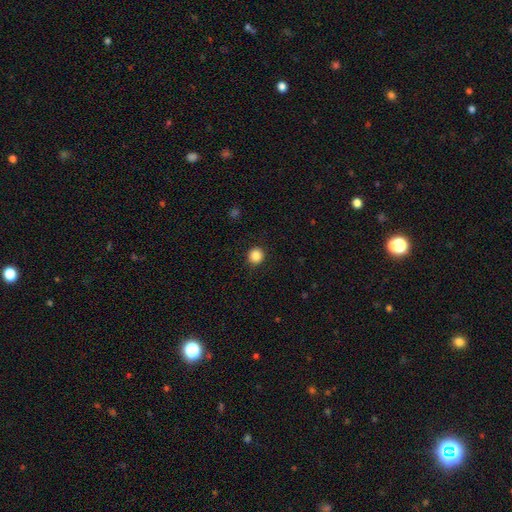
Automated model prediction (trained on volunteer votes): This appears to be a smooth galaxy with no disk features (85%) that is round (90%). Merging: none (91%).